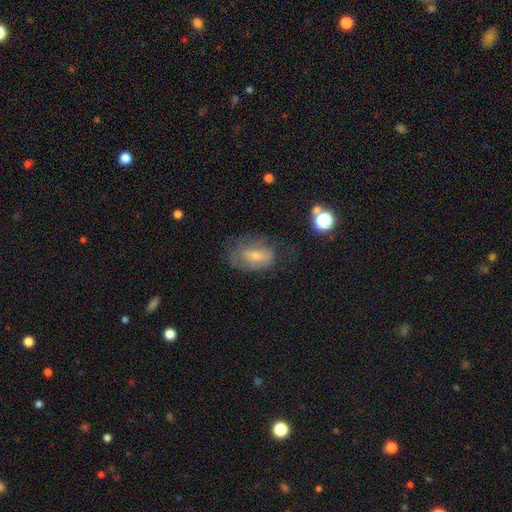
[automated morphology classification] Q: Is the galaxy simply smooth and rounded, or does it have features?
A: featured or disk — 49%.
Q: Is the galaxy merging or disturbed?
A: none — 51%.